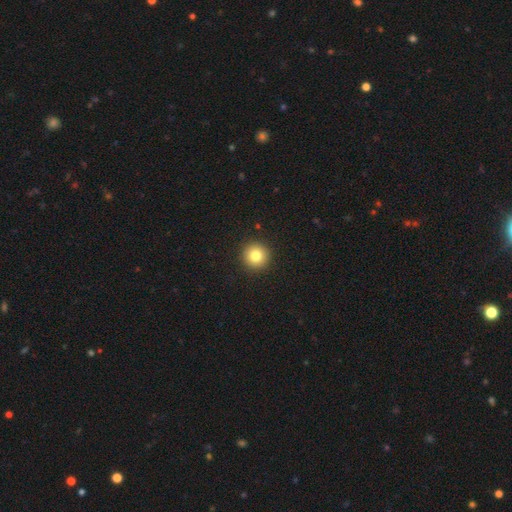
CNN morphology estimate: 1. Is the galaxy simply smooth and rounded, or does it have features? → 80% smooth, 11% star or artifact, 9% featured or disk.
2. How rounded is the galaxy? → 95% round, 4% in between, 1% cigar-shaped.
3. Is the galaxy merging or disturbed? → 93% none, 4% minor disturbance, 2% major disturbance, 1% merger.